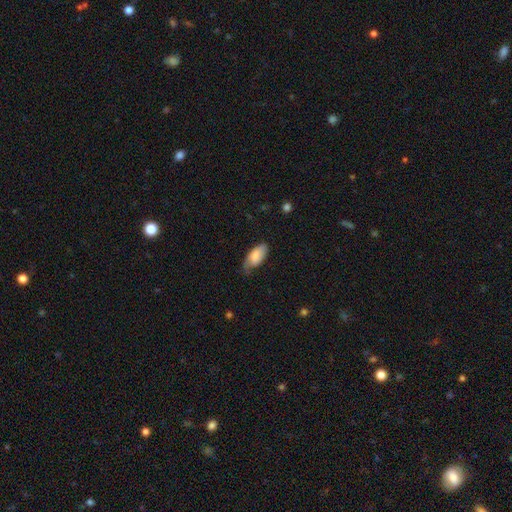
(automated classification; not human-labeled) A smooth galaxy with no disk features (75%) that is in between round and cigar-shaped (91%).

Vote fractions:
- Smooth or featured? smooth: 75% / featured or disk: 20% / star or artifact: 6%
- How rounded? in between: 91% / cigar-shaped: 7% / round: 2%
- Merging? none: 42% / minor disturbance: 41% / major disturbance: 15% / merger: 2%